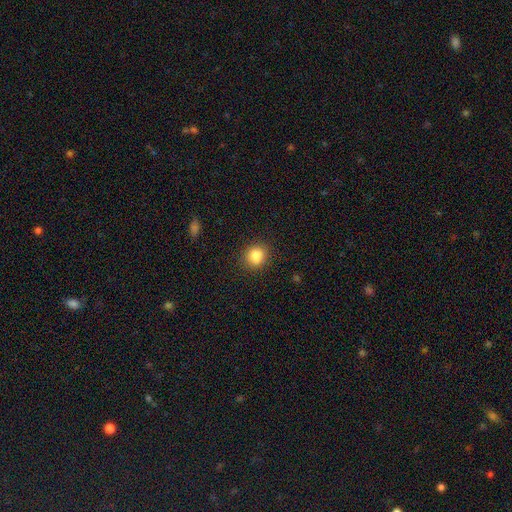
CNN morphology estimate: A smooth galaxy with no disk features (85%) that is round (75%). Merging: none (85%).